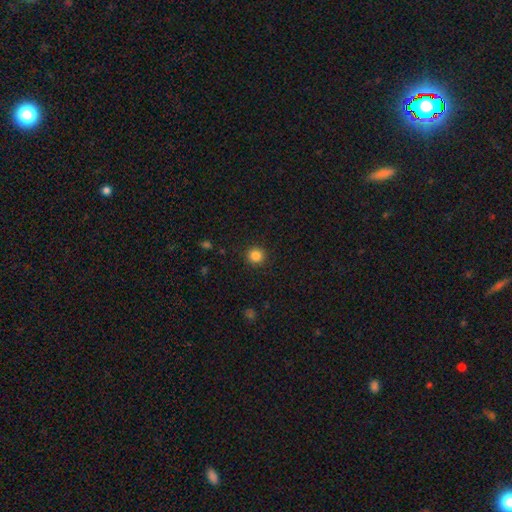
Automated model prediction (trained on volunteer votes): smooth-or-featured: smooth: 85% | star or artifact: 11% | featured or disk: 4%
  how-rounded: round: 95% | in between: 4% | cigar-shaped: 1%
  merging: none: 92% | minor disturbance: 5% | major disturbance: 2% | merger: 1%